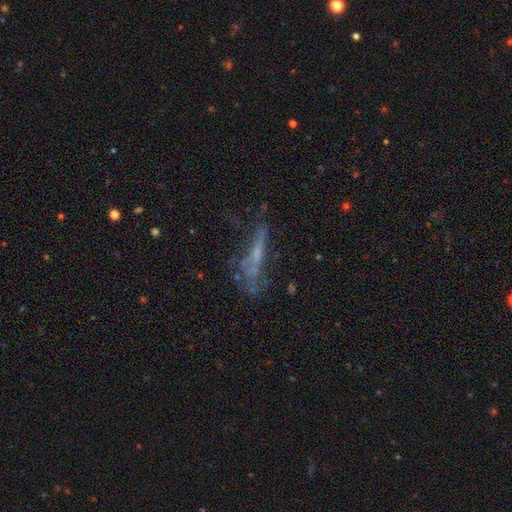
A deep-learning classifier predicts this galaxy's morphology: Overall: featured or disk (51%; smooth 31%). Edge-on disk: no (52%; yes 48%). Merging: none (43%; major disturbance 29%).